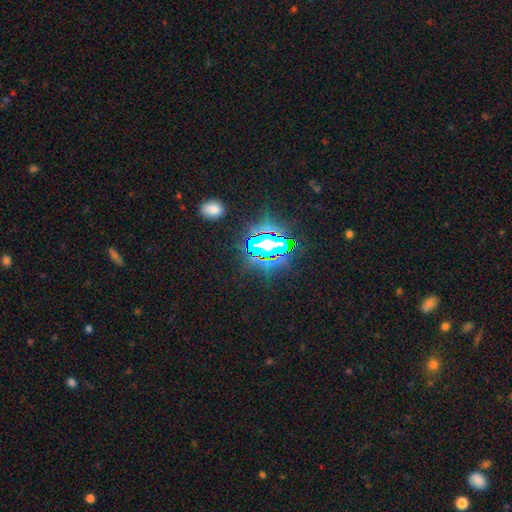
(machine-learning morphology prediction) Overall: star or artifact (72%).